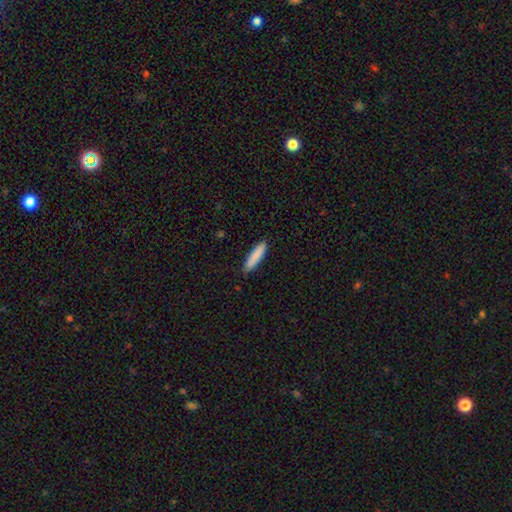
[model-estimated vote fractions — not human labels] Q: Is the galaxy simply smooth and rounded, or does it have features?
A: smooth — 86%.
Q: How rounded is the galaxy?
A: cigar-shaped — 82%.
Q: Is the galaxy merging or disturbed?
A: none — 88%.